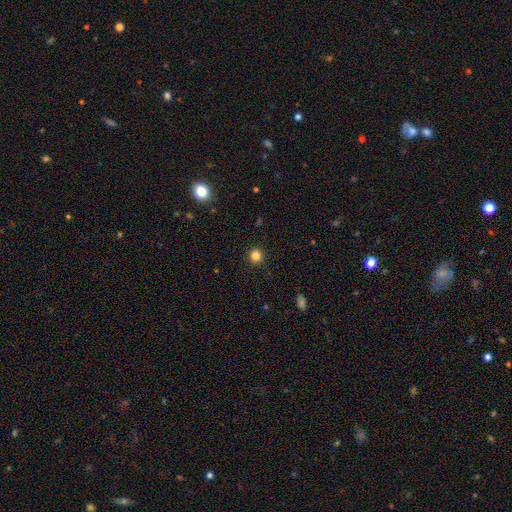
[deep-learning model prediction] This appears to be a smooth galaxy with no disk features (83%) that is round (94%). Merging: none (92%).